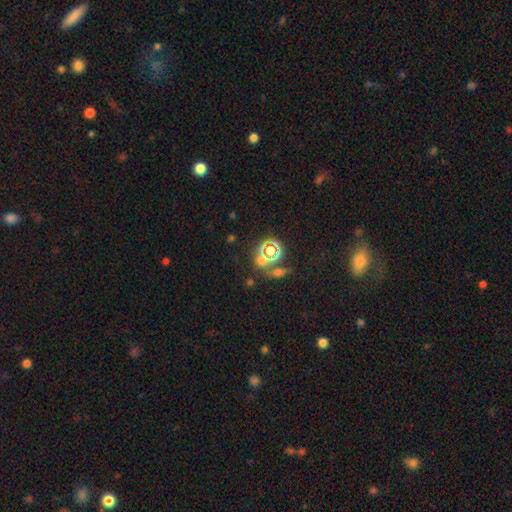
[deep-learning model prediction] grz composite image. It shows a star or artifact, not a galaxy (67%).